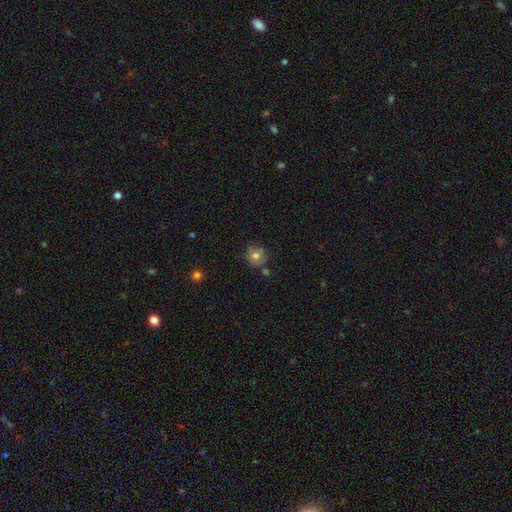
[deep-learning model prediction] smooth_or_featured: smooth (p=0.71) [alt: featured or disk p=0.18]
how_rounded: round (p=0.87) [alt: in between p=0.12]
merging: none (p=0.70) [alt: minor disturbance p=0.18]